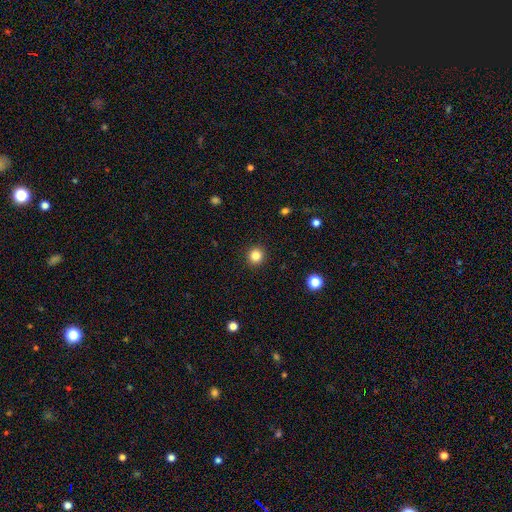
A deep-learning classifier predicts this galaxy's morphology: The model was most divided on "smooth or featured": smooth: 84%, star or artifact: 12%, featured or disk: 4%. More confident: merging — none (92%); how rounded — round (91%).